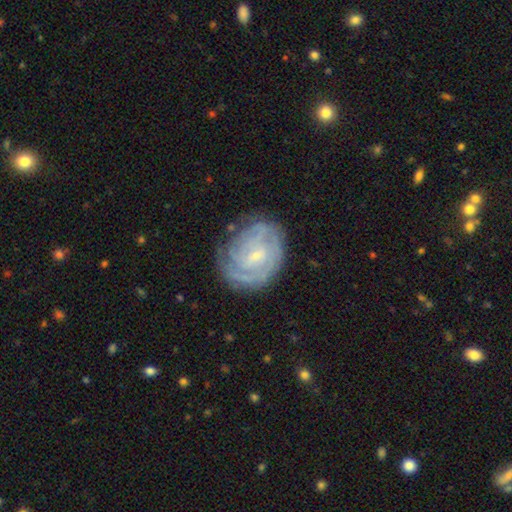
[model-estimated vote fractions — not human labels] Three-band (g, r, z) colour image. It shows a featured or disk galaxy (82%) with a weak bar (46%), tight (75%) spiral arms (94%) and a small central bulge (76%). Merging: none (74%).